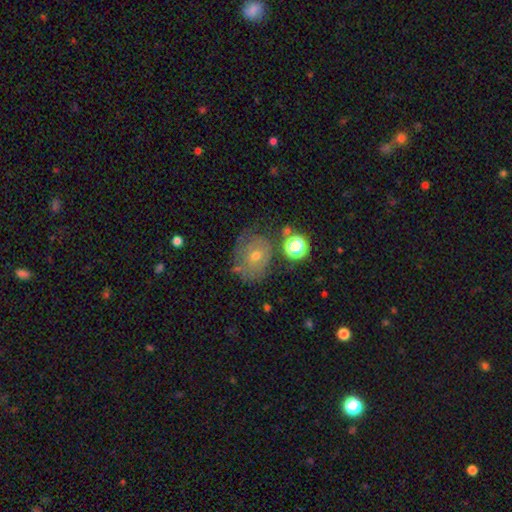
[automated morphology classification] This appears to be a smooth galaxy with no disk features (45%). Merging: none (57%).